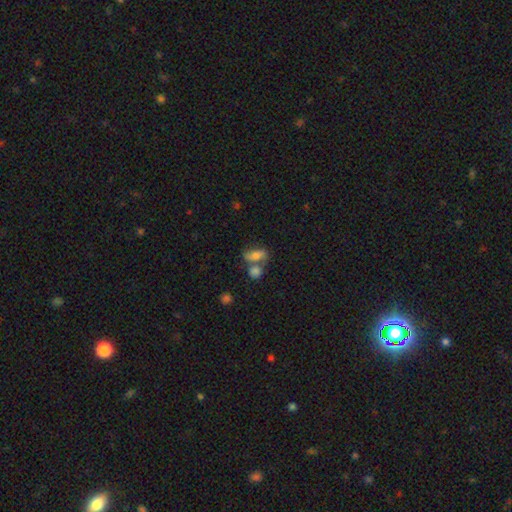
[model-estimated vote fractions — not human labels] Overall: smooth (67%). How rounded: in between (76%). Merging: merger (42%; none 37%).